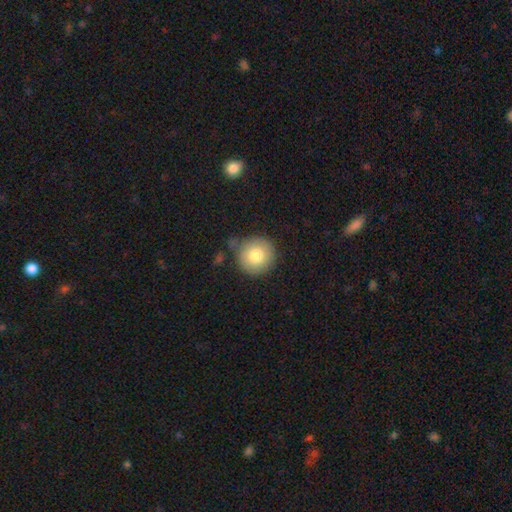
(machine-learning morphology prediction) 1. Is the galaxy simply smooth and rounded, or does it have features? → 81% smooth, 12% featured or disk, 8% star or artifact.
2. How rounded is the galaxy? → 94% round, 5% in between, 1% cigar-shaped.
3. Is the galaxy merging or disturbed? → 74% none, 16% minor disturbance, 5% merger, 5% major disturbance.